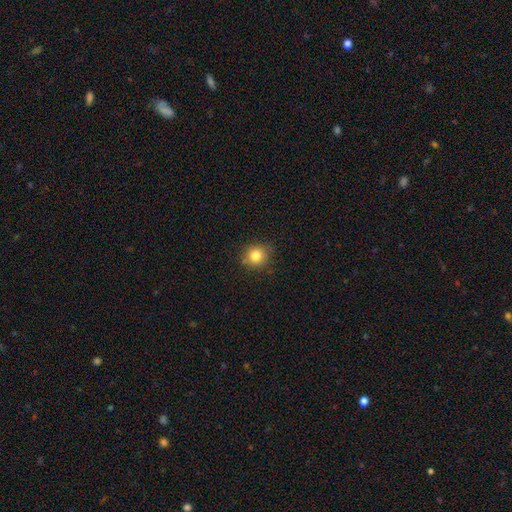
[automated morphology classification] smooth 82%, star or artifact 11%, featured or disk 7%. Down the decision tree: how rounded — round (84%); merging — none (81%).